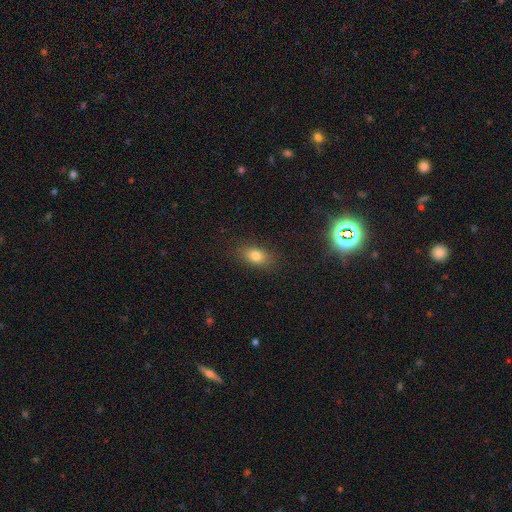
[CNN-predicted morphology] Overall: smooth (79%). How rounded: in between (81%). Merging: none (85%).